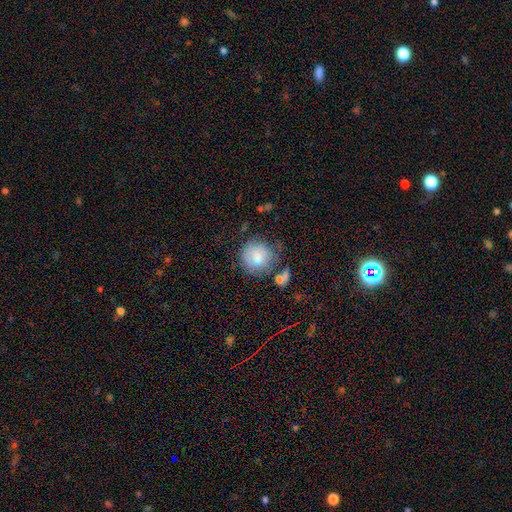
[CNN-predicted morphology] Smooth or featured? smooth (80%)
How rounded? round (90%)
Merging? none (63%)